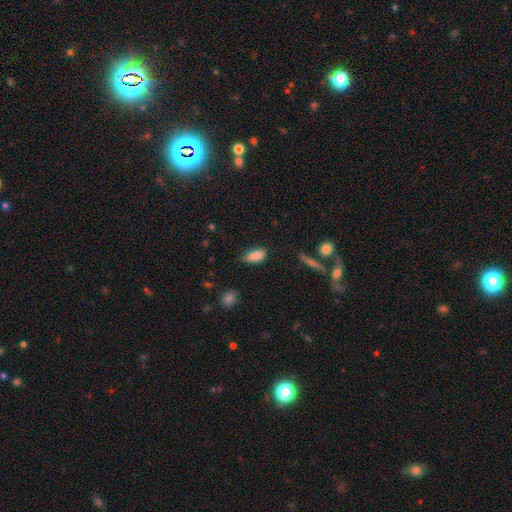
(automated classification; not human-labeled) smooth-or-featured: smooth: 85% | star or artifact: 8% | featured or disk: 7%
  how-rounded: in between: 90% | cigar-shaped: 7% | round: 4%
  merging: none: 65% | minor disturbance: 28% | major disturbance: 5% | merger: 2%